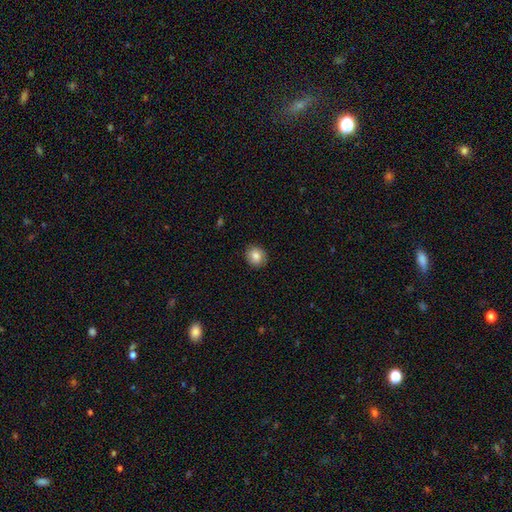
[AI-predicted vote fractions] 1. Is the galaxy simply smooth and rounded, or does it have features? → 83% smooth, 9% star or artifact, 9% featured or disk.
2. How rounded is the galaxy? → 78% round, 21% in between, 1% cigar-shaped.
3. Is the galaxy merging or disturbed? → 88% none, 9% minor disturbance, 2% major disturbance, 1% merger.